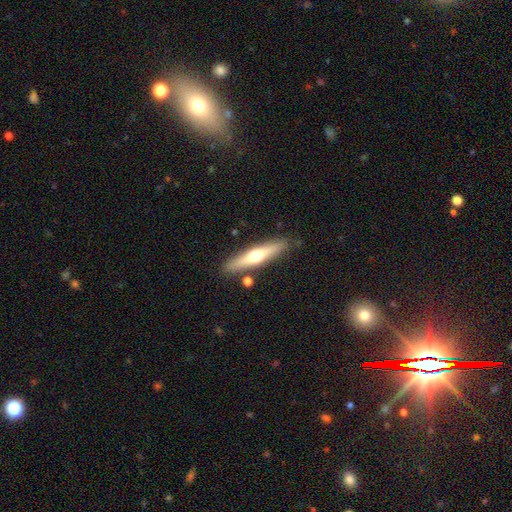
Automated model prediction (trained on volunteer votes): Overall: featured or disk (51%; smooth 43%). Edge-on disk: yes (92%). Merging: none (85%).